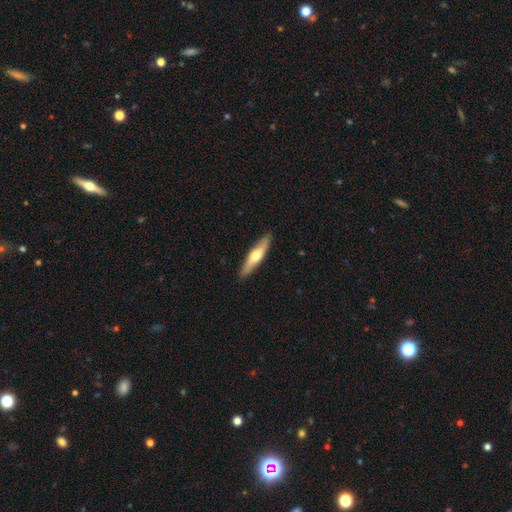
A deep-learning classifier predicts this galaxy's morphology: smooth-or-featured: featured or disk: 48% | smooth: 47% | star or artifact: 5%
  merging: none: 89% | minor disturbance: 8% | major disturbance: 2% | merger: 1%